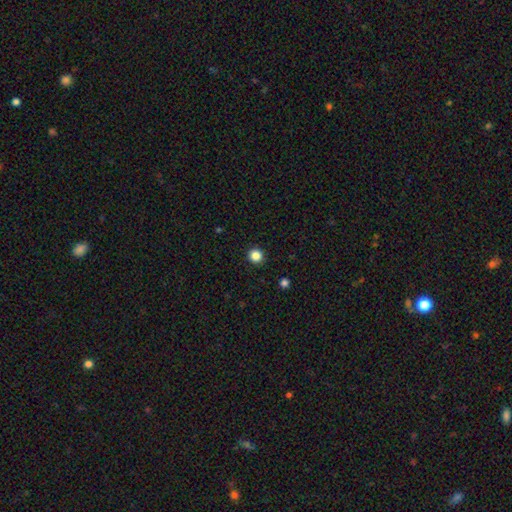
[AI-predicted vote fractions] This is clearly a smooth galaxy (85%). How rounded: clearly round (94%). Merging: clearly none (93%).